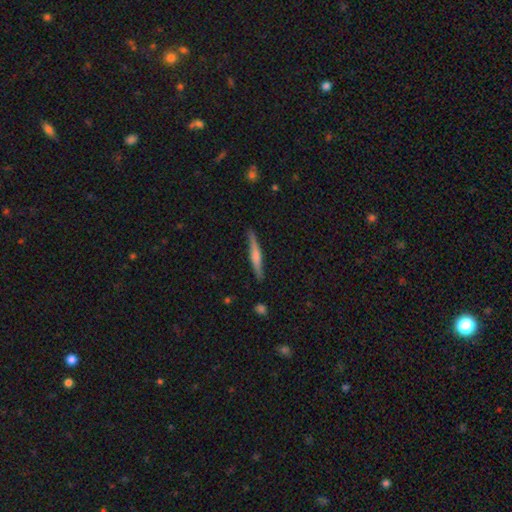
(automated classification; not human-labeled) Smooth or featured?
  - featured or disk: 51% *
  - smooth: 43%
  - star or artifact: 6%
Edge-on disk?
  - yes: 97% *
  - no: 3%
Merging?
  - none: 87% *
  - minor disturbance: 10%
  - major disturbance: 2%
  - merger: 1%